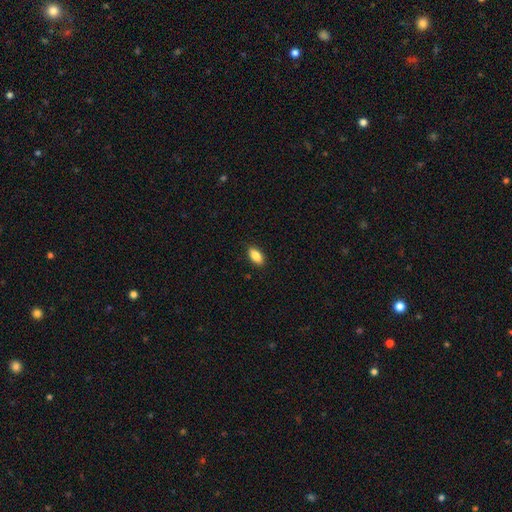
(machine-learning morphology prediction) smooth 87%, star or artifact 7%, featured or disk 6%. Down the decision tree: how rounded — in between (91%); merging — none (89%).